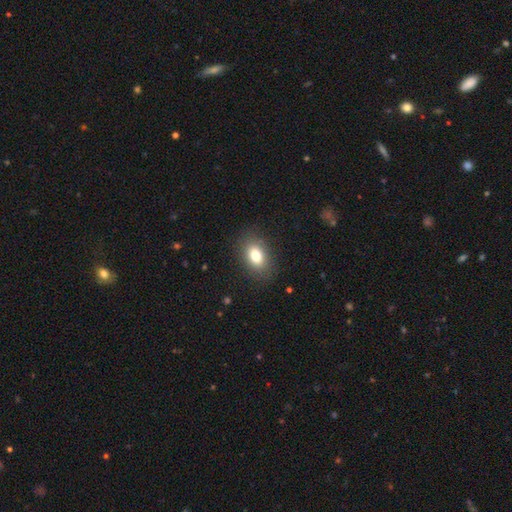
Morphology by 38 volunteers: smooth_or_featured: smooth (p=0.84) [alt: featured or disk p=0.08]
how_rounded: in between (p=0.94) [alt: round p=0.03]
merging: none (p=0.89) [alt: minor disturbance p=0.09]